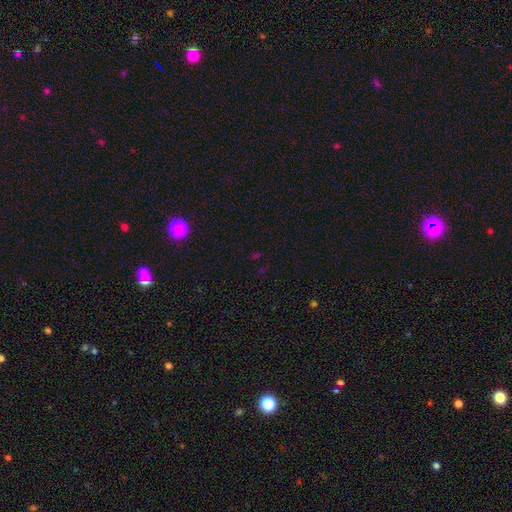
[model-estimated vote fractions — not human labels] Q: Smooth or featured?
A: star or artifact (63%); runner-up: smooth (29%)